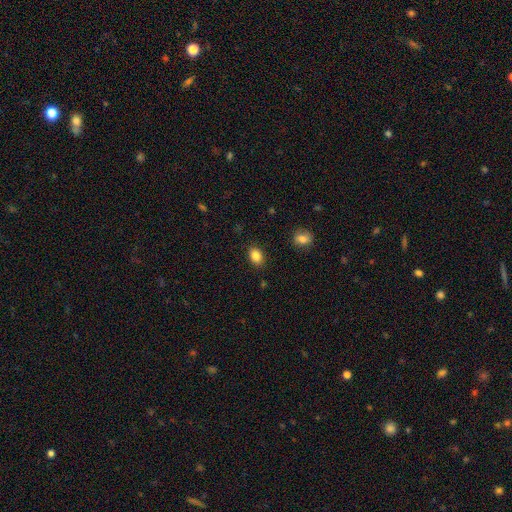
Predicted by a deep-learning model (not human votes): Smooth or featured? smooth (86%)
How rounded? in between (76%)
Merging? none (87%)